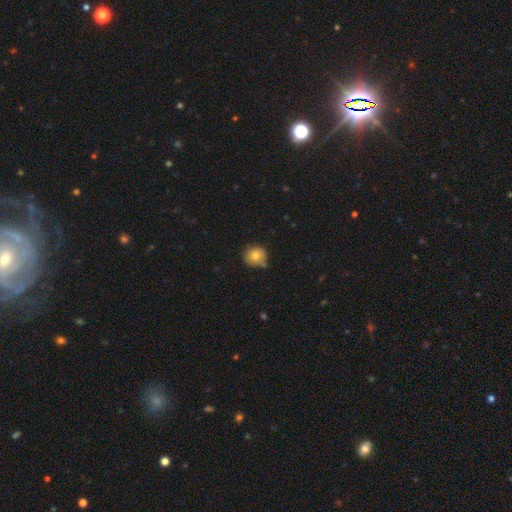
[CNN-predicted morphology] Q: Smooth or featured?
A: smooth (78%); runner-up: featured or disk (13%)
Q: How rounded?
A: round (81%); runner-up: in between (18%)
Q: Merging?
A: none (63%); runner-up: minor disturbance (27%)